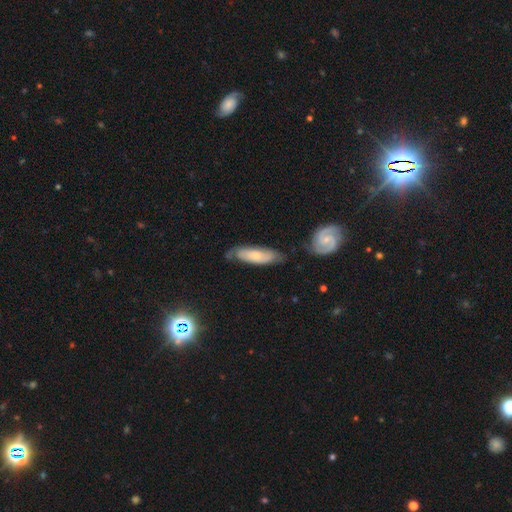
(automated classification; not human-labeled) Q: Smooth or featured?
A: smooth (49%); runner-up: featured or disk (45%)
Q: Merging?
A: none (63%); runner-up: minor disturbance (24%)